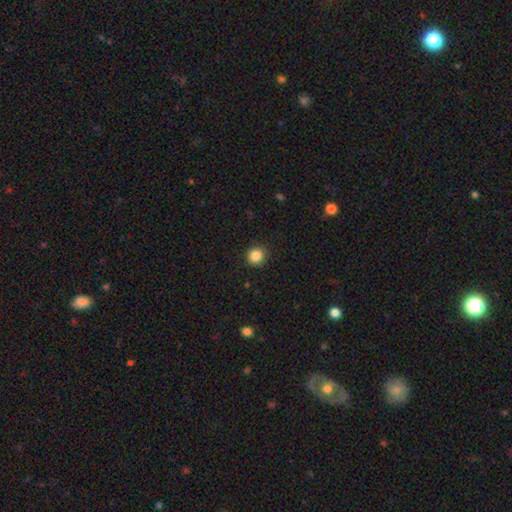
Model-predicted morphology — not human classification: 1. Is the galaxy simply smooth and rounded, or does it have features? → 86% smooth, 10% star or artifact, 3% featured or disk.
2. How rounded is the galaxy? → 91% round, 8% in between, 1% cigar-shaped.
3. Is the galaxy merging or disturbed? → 91% none, 6% minor disturbance, 2% major disturbance, 1% merger.